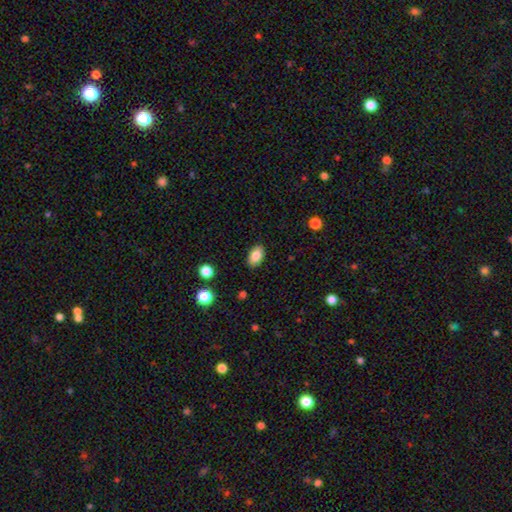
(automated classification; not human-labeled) Smooth or featured?
  - smooth: 85% *
  - star or artifact: 8%
  - featured or disk: 7%
How rounded?
  - in between: 91% *
  - round: 7%
  - cigar-shaped: 2%
Merging?
  - none: 88% *
  - minor disturbance: 9%
  - major disturbance: 2%
  - merger: 1%